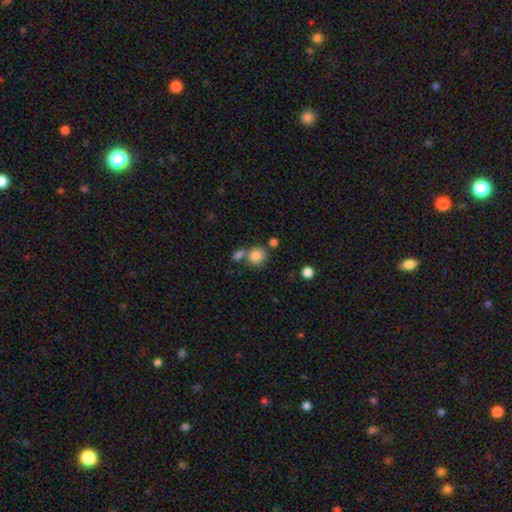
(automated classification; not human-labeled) Smooth or featured? Predicted: smooth (p=0.83). How rounded? Predicted: round (p=0.83). Merging? Predicted: none (p=0.54).